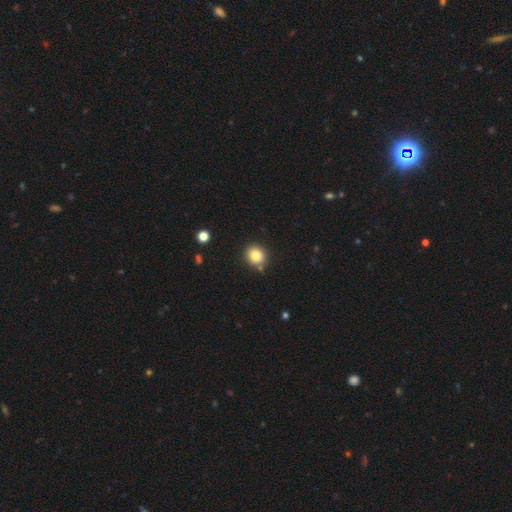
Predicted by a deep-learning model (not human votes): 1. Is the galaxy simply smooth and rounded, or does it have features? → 81% smooth, 11% star or artifact, 8% featured or disk.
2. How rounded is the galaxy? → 81% round, 18% in between, 1% cigar-shaped.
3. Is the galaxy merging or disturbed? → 82% none, 10% minor disturbance, 5% merger, 2% major disturbance.